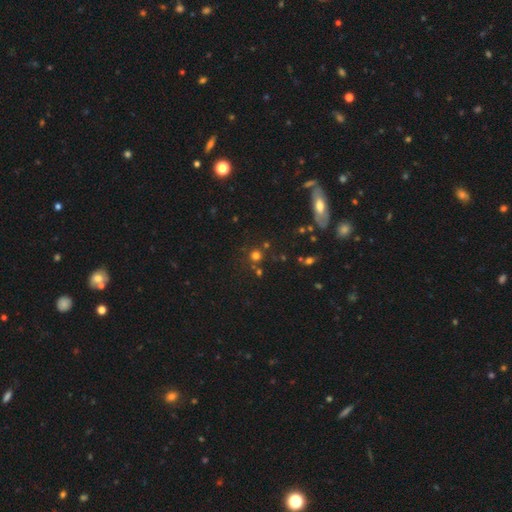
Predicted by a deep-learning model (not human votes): Smooth or featured: smooth — 65% (star or artifact — 27%)
How rounded: round — 92% (in between — 7%)
Merging: none — 77% (merger — 11%)